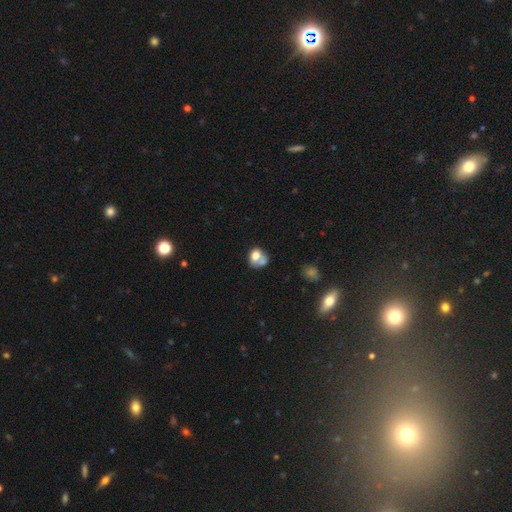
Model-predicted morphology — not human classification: smooth_or_featured: smooth (p=0.70) [alt: featured or disk p=0.20]
how_rounded: round (p=0.57) [alt: in between p=0.42]
merging: merger (p=0.49) [alt: none p=0.29]